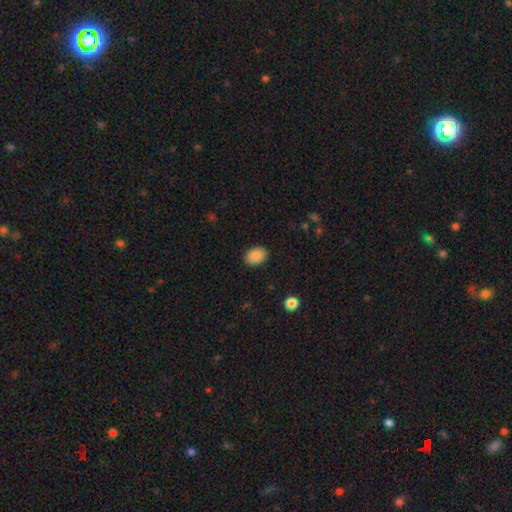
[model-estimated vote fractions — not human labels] The model was most divided on "how rounded": in between: 80%, round: 19%, cigar-shaped: 1%. More confident: merging — none (88%); smooth or featured — smooth (88%).